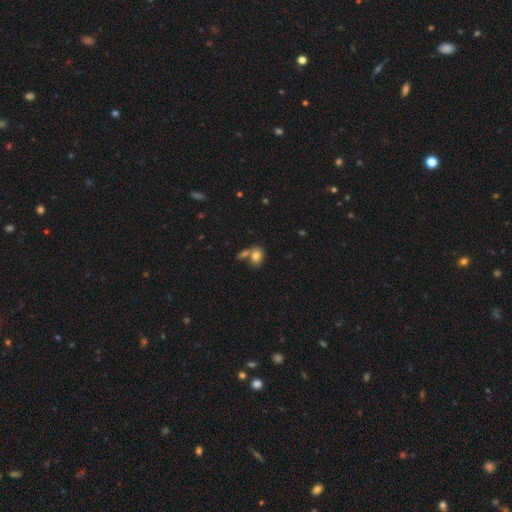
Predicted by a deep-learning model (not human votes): This is likely a smooth galaxy (80%). How rounded: likely in between (65%). Merging: possibly none (48%).